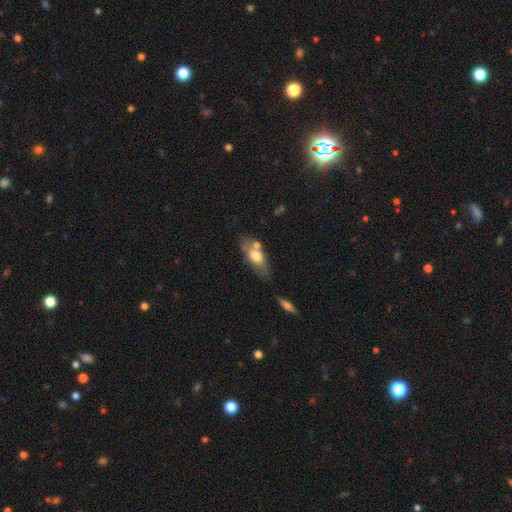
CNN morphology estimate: Smooth or featured: smooth — 58% (featured or disk — 35%)
How rounded: in between — 76% (cigar-shaped — 19%)
Merging: none — 51% (merger — 21%)